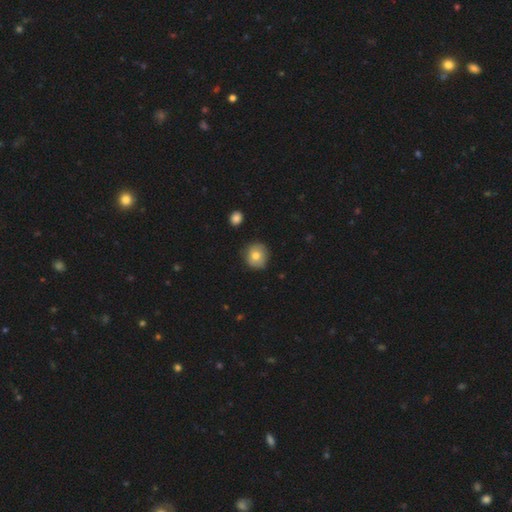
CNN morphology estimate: This is likely a smooth galaxy (75%). How rounded: clearly round (90%). Merging: clearly none (81%).